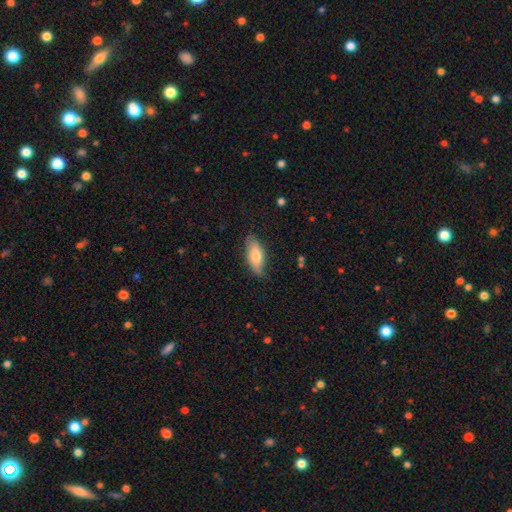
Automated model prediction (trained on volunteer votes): smooth-or-featured: smooth: 70% | featured or disk: 23% | star or artifact: 6%
  how-rounded: in between: 74% | cigar-shaped: 24% | round: 3%
  merging: none: 79% | minor disturbance: 17% | major disturbance: 3% | merger: 1%